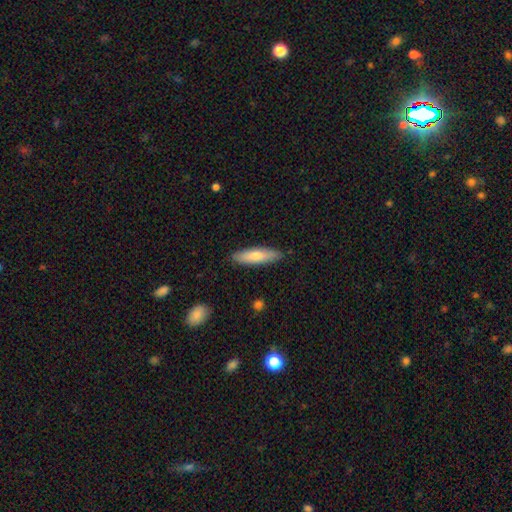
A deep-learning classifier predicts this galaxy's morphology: Overall: smooth (72%). How rounded: cigar-shaped (66%; in between 32%). Merging: none (88%).